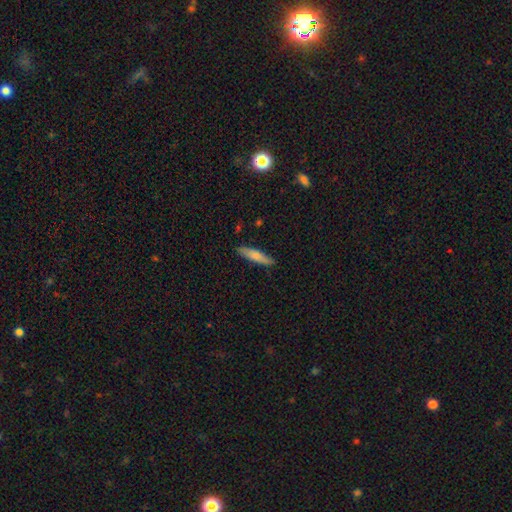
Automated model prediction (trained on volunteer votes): The model was most divided on "smooth or featured": smooth: 75%, featured or disk: 20%, star or artifact: 5%. More confident: merging — none (87%); how rounded — cigar-shaped (81%).